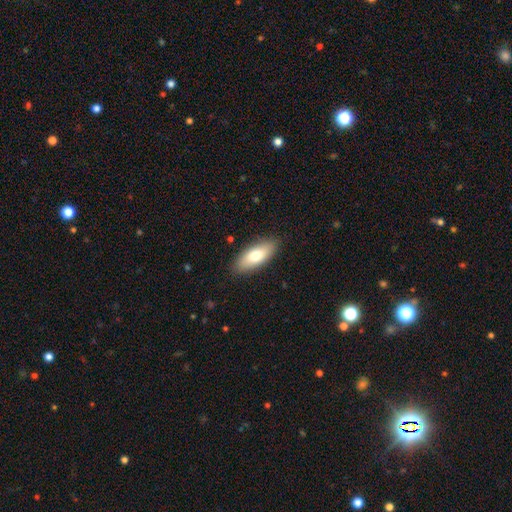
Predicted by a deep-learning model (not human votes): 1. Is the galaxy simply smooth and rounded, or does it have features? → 73% smooth, 21% featured or disk, 6% star or artifact.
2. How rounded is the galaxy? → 78% in between, 20% cigar-shaped, 2% round.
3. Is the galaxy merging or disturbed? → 87% none, 10% minor disturbance, 2% major disturbance, 1% merger.